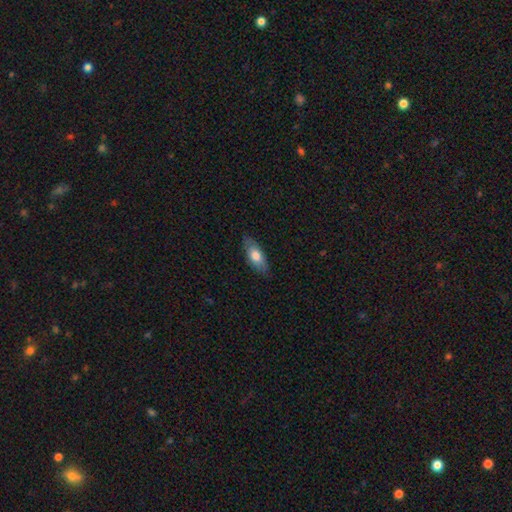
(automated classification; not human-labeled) This appears to be a smooth galaxy with no disk features (69%) that is in between round and cigar-shaped (81%). Merging: none (82%).